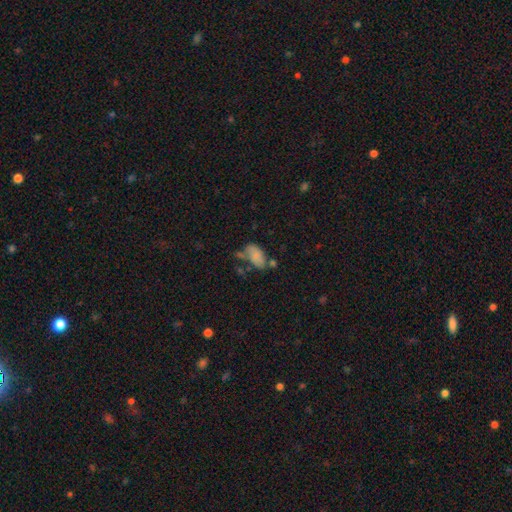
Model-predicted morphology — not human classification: type=smooth (75%); roundness=in between (92%); merging=none (38%).